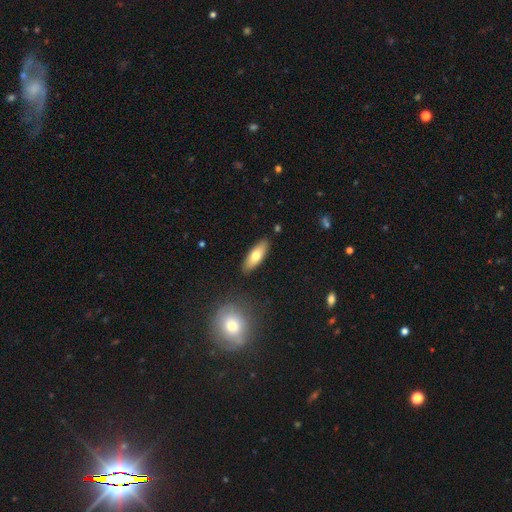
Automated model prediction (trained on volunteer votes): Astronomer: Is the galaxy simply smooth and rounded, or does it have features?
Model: smooth — 70%.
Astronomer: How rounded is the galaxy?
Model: in between — 66%.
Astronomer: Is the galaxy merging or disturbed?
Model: none — 87%.